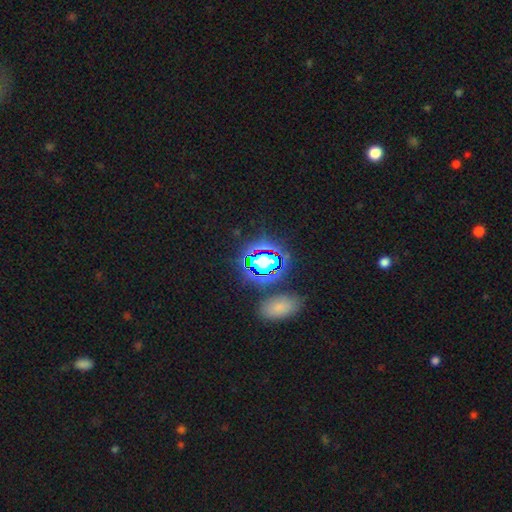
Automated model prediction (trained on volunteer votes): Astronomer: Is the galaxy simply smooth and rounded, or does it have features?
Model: star or artifact — 61%.